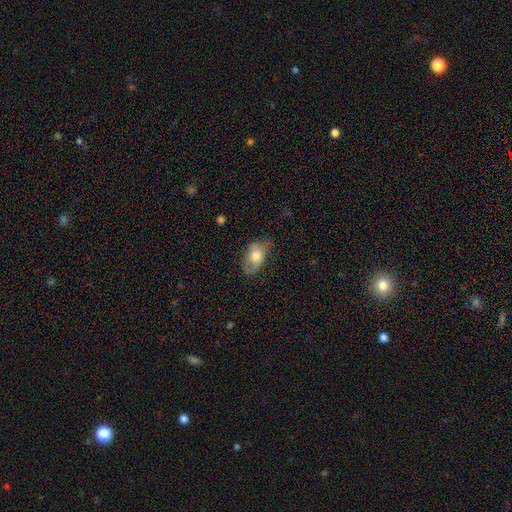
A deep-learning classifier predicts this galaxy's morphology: smooth 67%, featured or disk 26%, star or artifact 7%. Down the decision tree: how rounded — in between (88%); merging — none (59%).